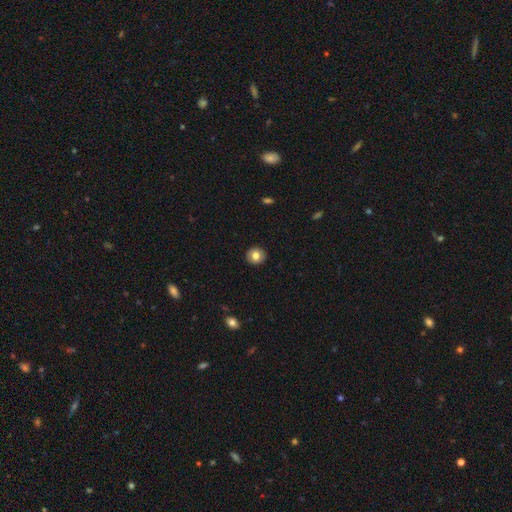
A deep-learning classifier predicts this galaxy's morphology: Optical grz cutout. It shows a smooth galaxy with no disk features (79%) that is round (86%). Merging: none (91%).